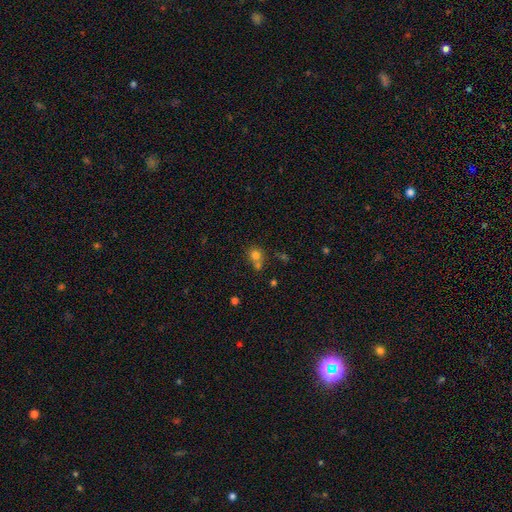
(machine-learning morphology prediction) smooth-or-featured: smooth: 76% | star or artifact: 14% | featured or disk: 10%
  how-rounded: round: 81% | in between: 18% | cigar-shaped: 1%
  merging: none: 47% | merger: 39% | minor disturbance: 10% | major disturbance: 4%